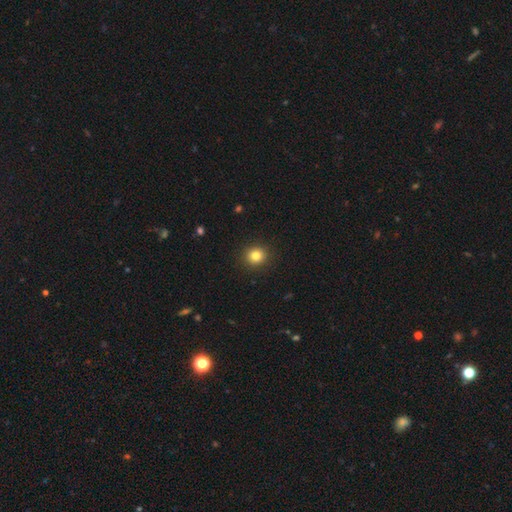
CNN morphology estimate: Smooth or featured: smooth — 82% (star or artifact — 12%)
How rounded: round — 85% (in between — 14%)
Merging: none — 91% (minor disturbance — 6%)